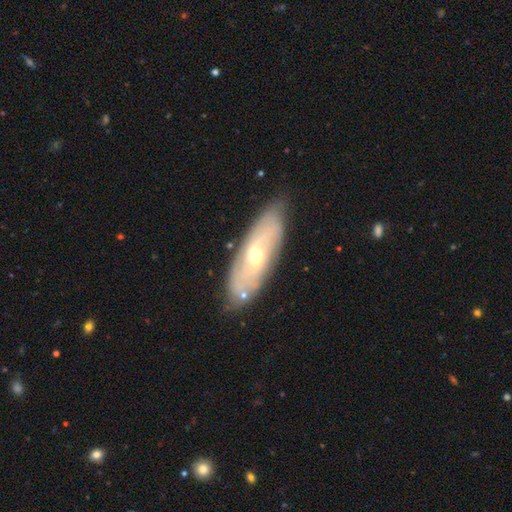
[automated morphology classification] smooth_or_featured: featured or disk (p=0.65) [alt: smooth p=0.28]
disk_edge_on: no (p=0.77) [alt: yes p=0.23]
bar: no (p=0.54) [alt: weak p=0.37]
has_spiral_arms: yes (p=0.68) [alt: no p=0.32]
bulge_size: moderate (p=0.56) [alt: small p=0.40]
merging: none (p=0.80) [alt: minor disturbance p=0.14]